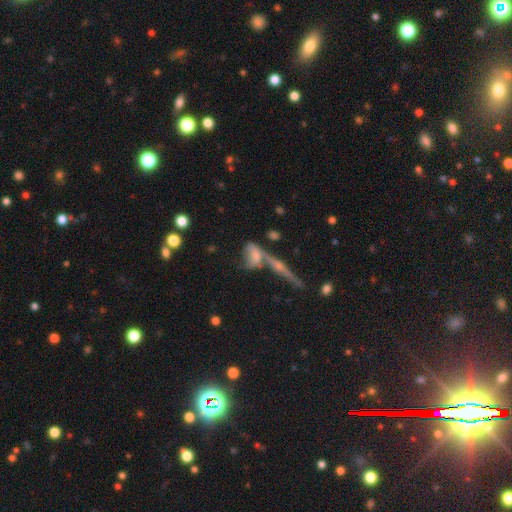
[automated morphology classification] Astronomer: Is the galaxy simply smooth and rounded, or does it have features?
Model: smooth — 47% (runner-up: featured or disk, 42%).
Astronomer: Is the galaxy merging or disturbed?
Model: merger — 41% (runner-up: none, 32%).